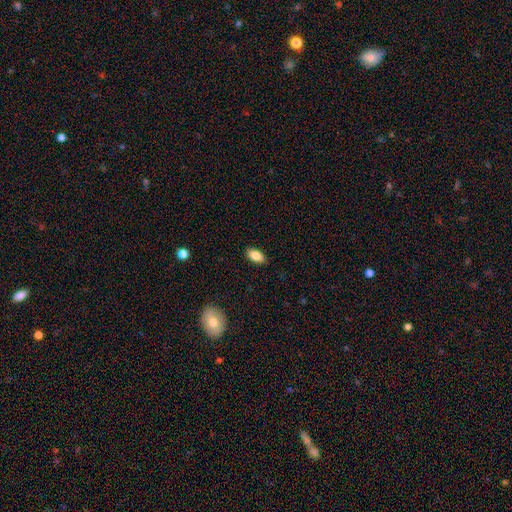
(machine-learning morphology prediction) This is clearly a smooth galaxy (84%). How rounded: clearly in between (91%). Merging: clearly none (89%).